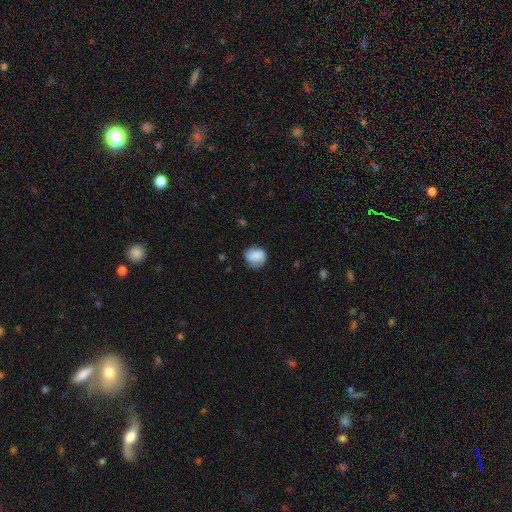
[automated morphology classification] This appears to be a smooth galaxy with no disk features (83%) that is round (75%). Merging: none (70%).